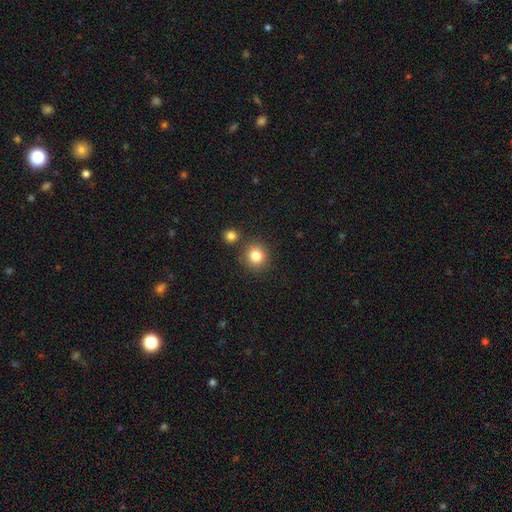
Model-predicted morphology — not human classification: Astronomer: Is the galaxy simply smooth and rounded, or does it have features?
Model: smooth — 83%.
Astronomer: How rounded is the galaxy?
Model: round — 90%.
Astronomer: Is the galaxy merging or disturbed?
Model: none — 80%.